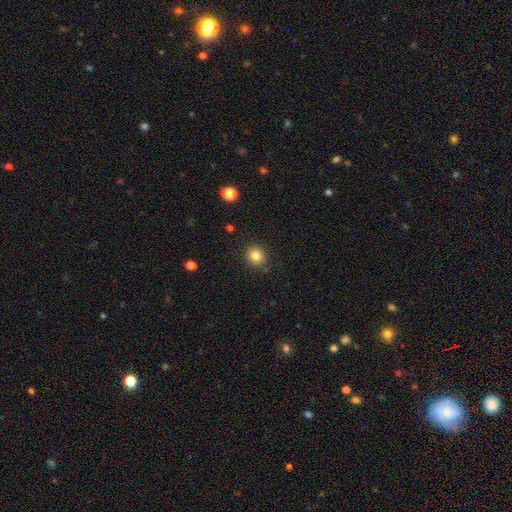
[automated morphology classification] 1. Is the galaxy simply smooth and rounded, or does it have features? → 83% smooth, 11% star or artifact, 6% featured or disk.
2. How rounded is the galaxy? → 77% round, 22% in between, 1% cigar-shaped.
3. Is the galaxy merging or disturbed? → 87% none, 9% minor disturbance, 2% major disturbance, 2% merger.